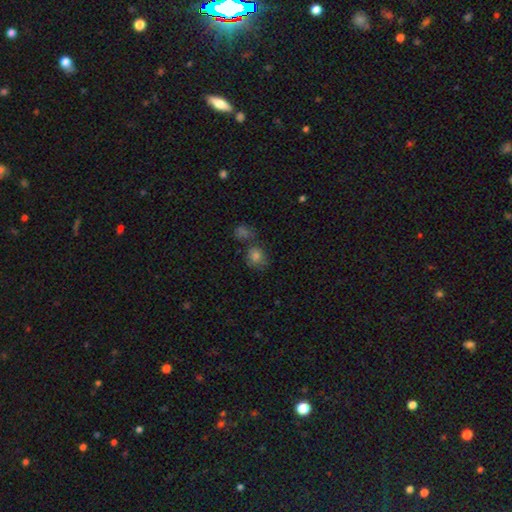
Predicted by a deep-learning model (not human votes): Smooth or featured? Predicted: smooth (p=0.73). How rounded? Predicted: round (p=0.73). Merging? Predicted: none (p=0.60).